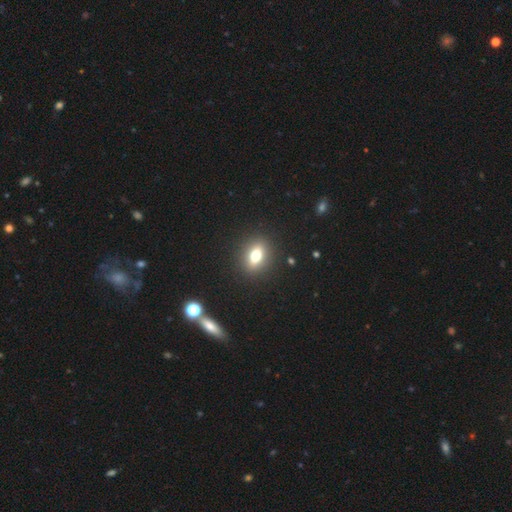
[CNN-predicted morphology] smooth_or_featured: smooth (p=0.71) [alt: featured or disk p=0.17]
how_rounded: in between (p=0.66) [alt: round p=0.28]
merging: none (p=0.90) [alt: minor disturbance p=0.07]